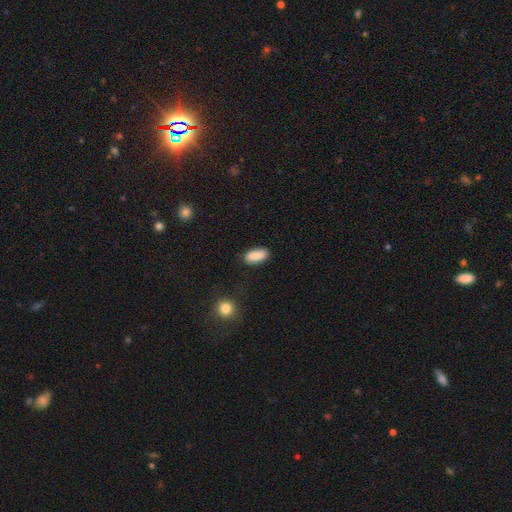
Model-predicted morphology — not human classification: This appears to be a smooth galaxy with no disk features (87%) that is in between round and cigar-shaped (91%). Merging: none (83%).